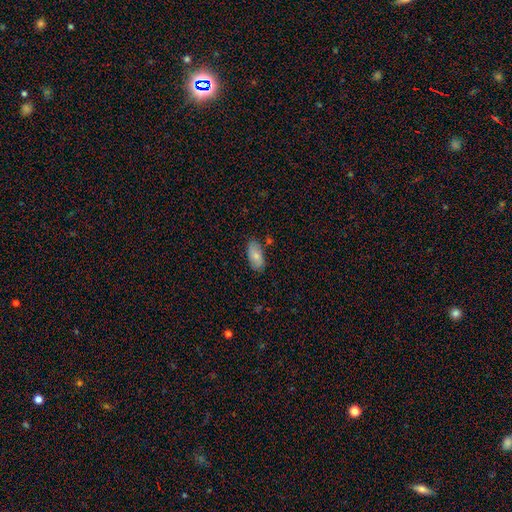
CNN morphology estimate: The model was most divided on "smooth or featured": smooth: 77%, featured or disk: 17%, star or artifact: 6%. More confident: how rounded — in between (93%); merging — none (77%).